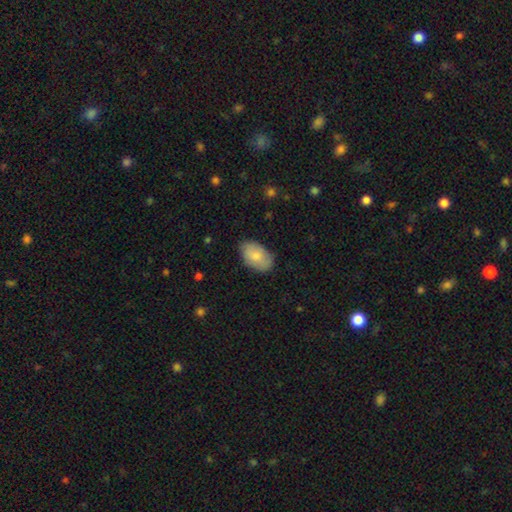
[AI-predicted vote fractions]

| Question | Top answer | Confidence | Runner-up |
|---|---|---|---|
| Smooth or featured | smooth | 80% | featured or disk (14%) |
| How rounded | in between | 92% | round (7%) |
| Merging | none | 77% | minor disturbance (19%) |